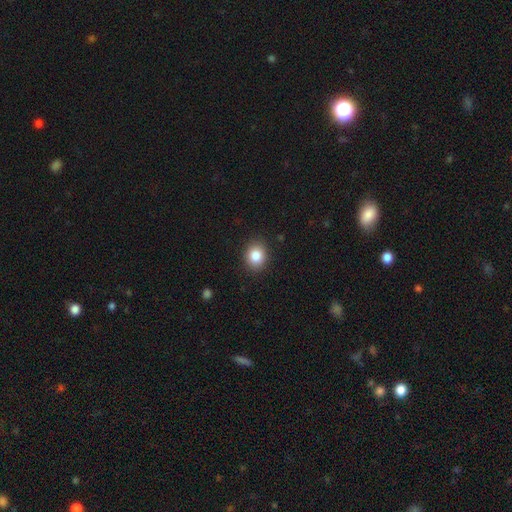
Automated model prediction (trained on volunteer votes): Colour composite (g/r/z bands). It shows a smooth galaxy with no disk features (84%) that is round (61%). Merging: none (88%).